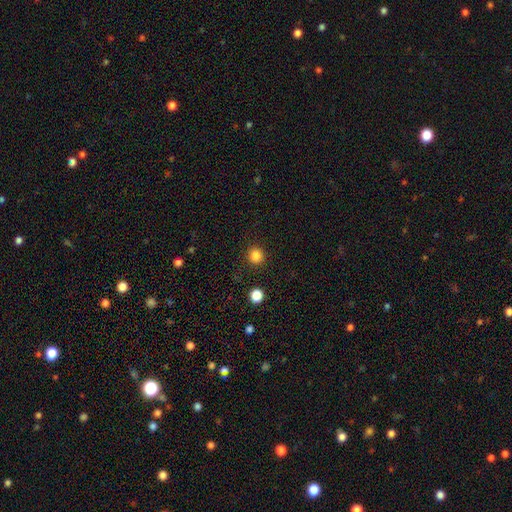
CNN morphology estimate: A smooth galaxy with no disk features (85%) that is round (92%). Merging: none (91%).